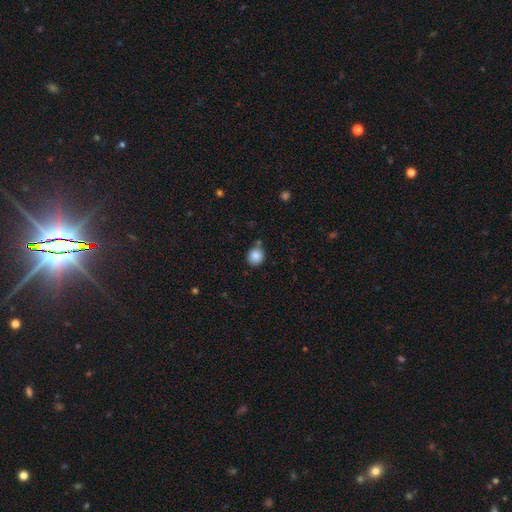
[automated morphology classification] Smooth or featured: smooth — 87% (star or artifact — 9%)
How rounded: round — 85% (in between — 14%)
Merging: none — 77% (minor disturbance — 13%)